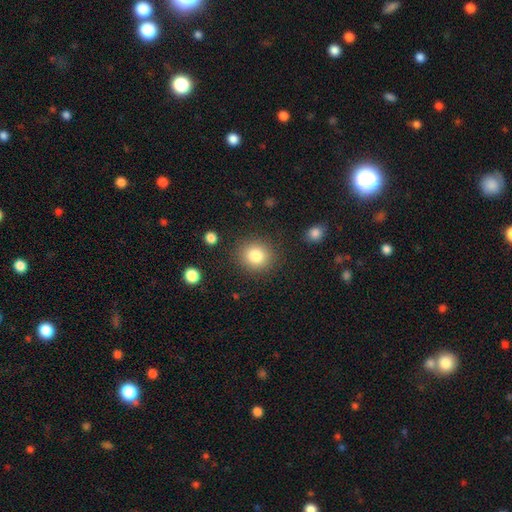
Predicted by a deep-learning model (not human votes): This is clearly a smooth galaxy (82%). How rounded: clearly round (85%). Merging: clearly none (86%).